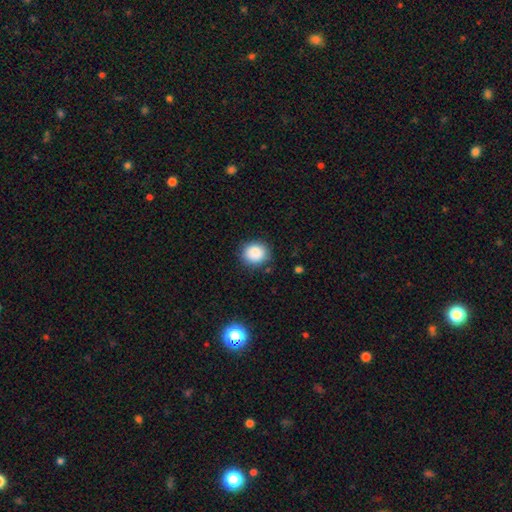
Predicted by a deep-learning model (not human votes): smooth_or_featured: smooth (p=0.87) [alt: star or artifact p=0.09]
how_rounded: round (p=0.80) [alt: in between p=0.19]
merging: none (p=0.84) [alt: minor disturbance p=0.11]